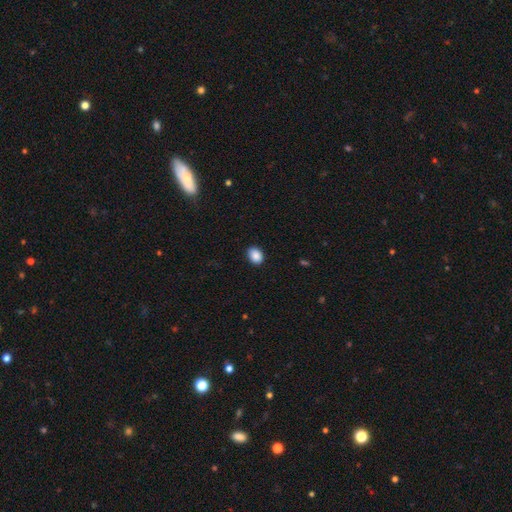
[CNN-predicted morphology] This is clearly a smooth galaxy (89%). How rounded: likely in between (67%). Merging: clearly none (89%).